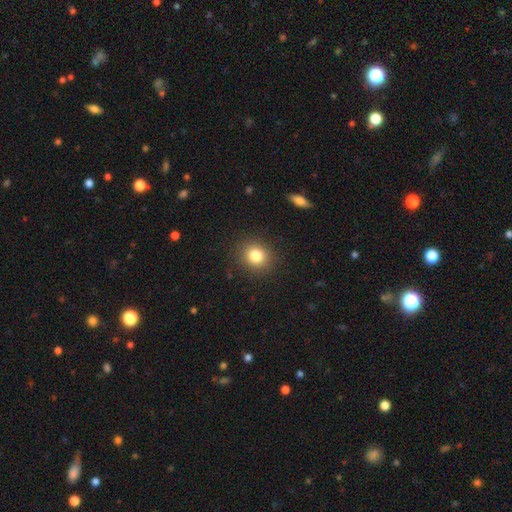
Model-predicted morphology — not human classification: smooth 82%, star or artifact 11%, featured or disk 7%. Down the decision tree: how rounded — round (77%); merging — none (88%).